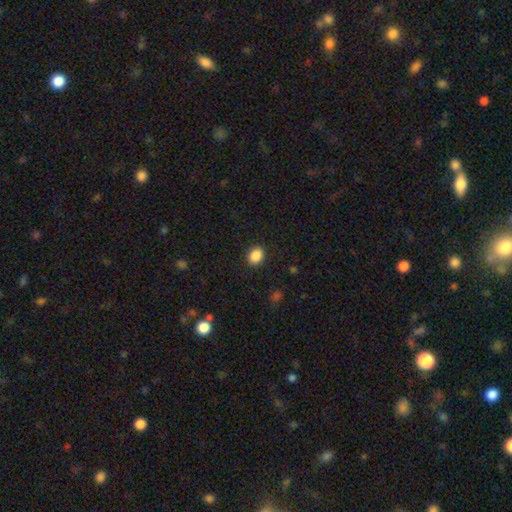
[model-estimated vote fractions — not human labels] Smooth or featured: smooth — 88% (star or artifact — 9%)
How rounded: in between — 51% (round — 48%)
Merging: none — 89% (minor disturbance — 8%)